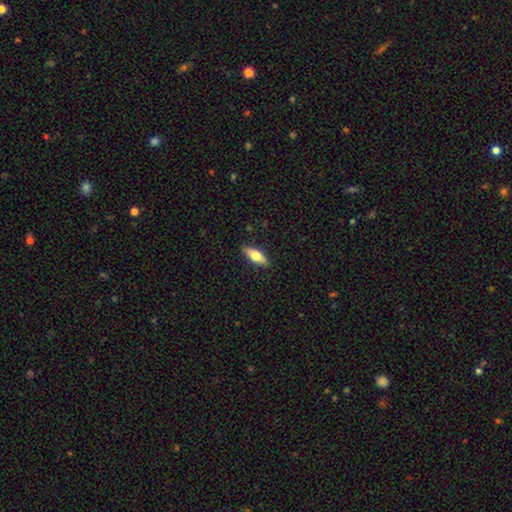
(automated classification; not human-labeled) smooth 60%, featured or disk 34%, star or artifact 6%. Down the decision tree: how rounded — in between (63%); merging — none (89%).